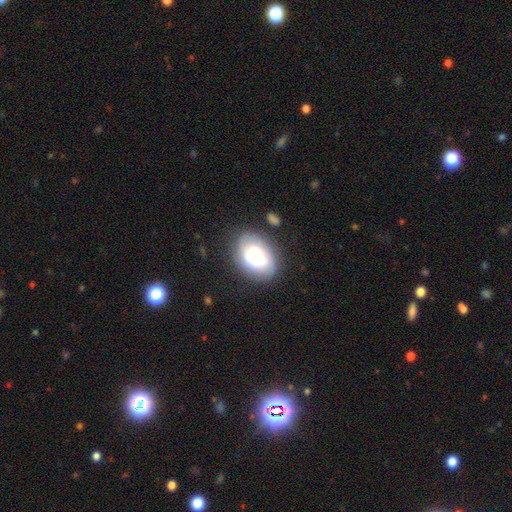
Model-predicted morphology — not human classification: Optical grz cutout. It shows a smooth galaxy with no disk features (59%) that is in between round and cigar-shaped (70%). Merging: none (73%).